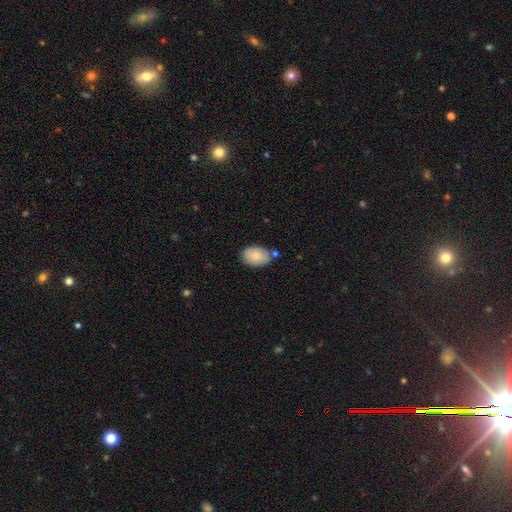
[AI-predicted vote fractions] smooth 86%, featured or disk 8%, star or artifact 6%. Down the decision tree: how rounded — in between (87%); merging — none (69%).